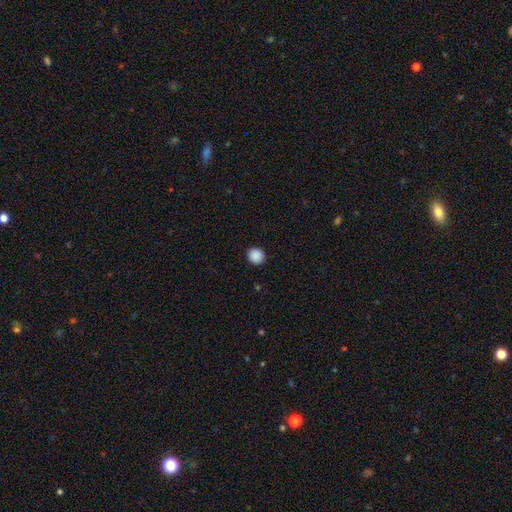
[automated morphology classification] Smooth or featured? smooth (89%)
How rounded? round (90%)
Merging? none (92%)